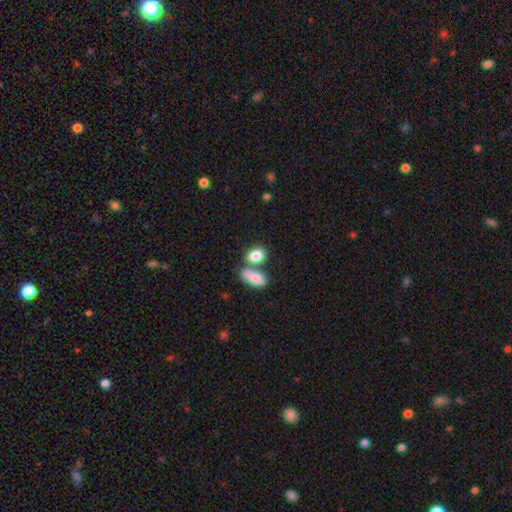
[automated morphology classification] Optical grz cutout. It shows a smooth galaxy with no disk features (84%) that is in between round and cigar-shaped (82%). Merging: none (44%).